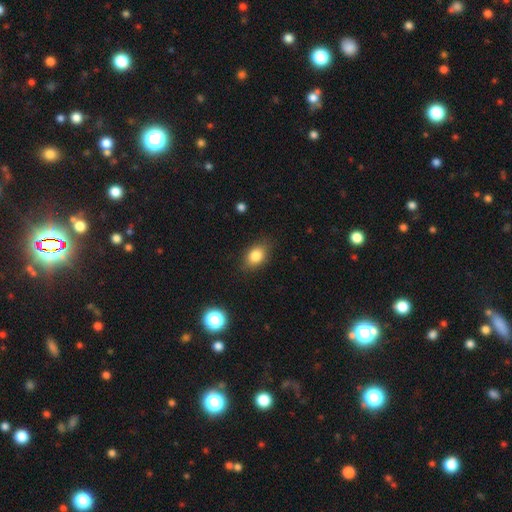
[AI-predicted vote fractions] Smooth or featured? Predicted: smooth (p=0.83). How rounded? Predicted: in between (p=0.77). Merging? Predicted: none (p=0.81).